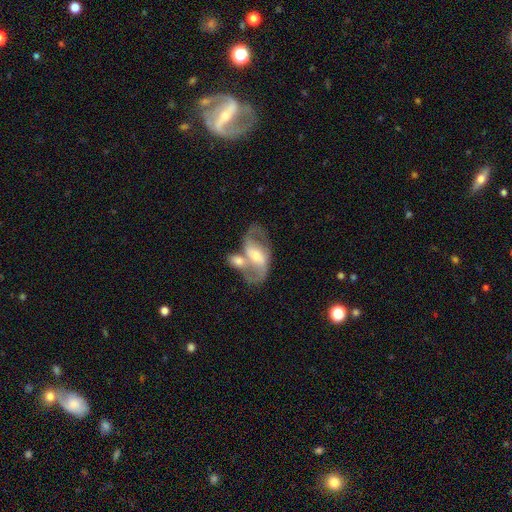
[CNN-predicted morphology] Smooth or featured? Predicted: featured or disk (p=0.80). Edge-on disk? Predicted: no (p=0.95). Bar? Predicted: strong (p=0.42). Spiral arms? Predicted: yes (p=0.87). Spiral winding? Predicted: medium (p=0.44, tied with loose). Spiral arm count? Predicted: 2 (p=0.88). Bulge size? Predicted: moderate (p=0.49). Merging? Predicted: merger (p=0.42).